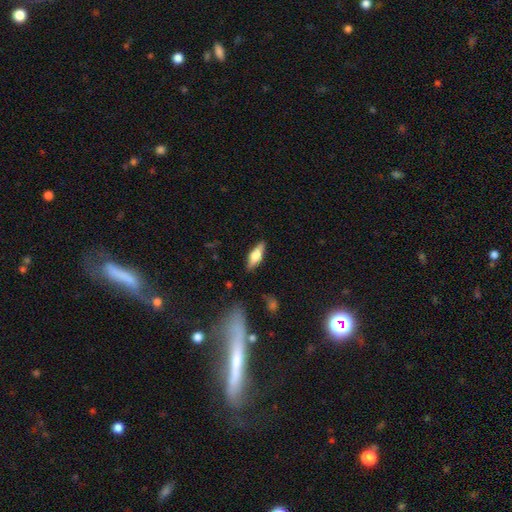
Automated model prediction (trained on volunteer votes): smooth 53%, featured or disk 41%, star or artifact 6%. Down the decision tree: how rounded — in between (60%); merging — none (86%).